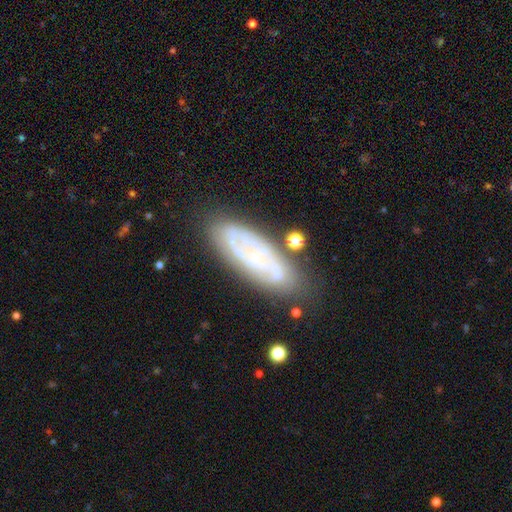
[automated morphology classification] This appears to be a featured or disk galaxy (67%) with no bar (67%), spiral arms (76%) and a small central bulge (60%). Merging: none (74%).